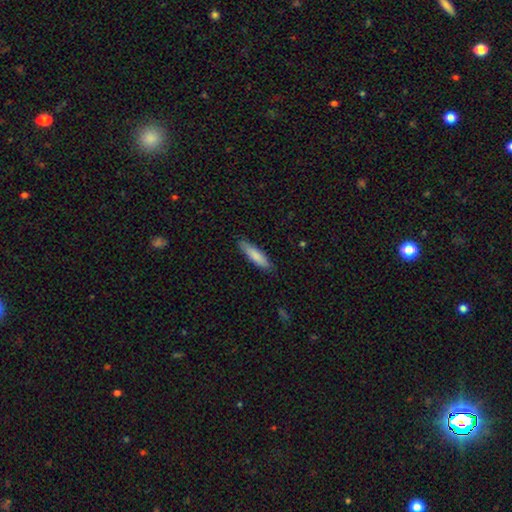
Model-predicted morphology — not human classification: smooth_or_featured: smooth (p=0.83) [alt: featured or disk p=0.12]
how_rounded: cigar-shaped (p=0.74) [alt: in between p=0.25]
merging: none (p=0.86) [alt: minor disturbance p=0.11]